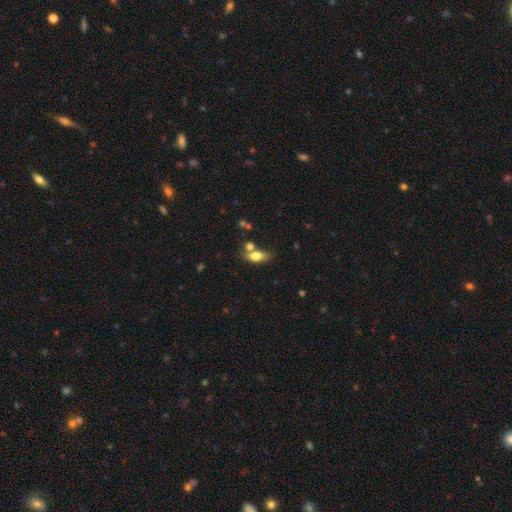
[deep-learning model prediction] The model was most divided on "merging": none: 53%, merger: 25%, minor disturbance: 15%, major disturbance: 6%. More confident: how rounded — in between (78%); smooth or featured — smooth (70%).